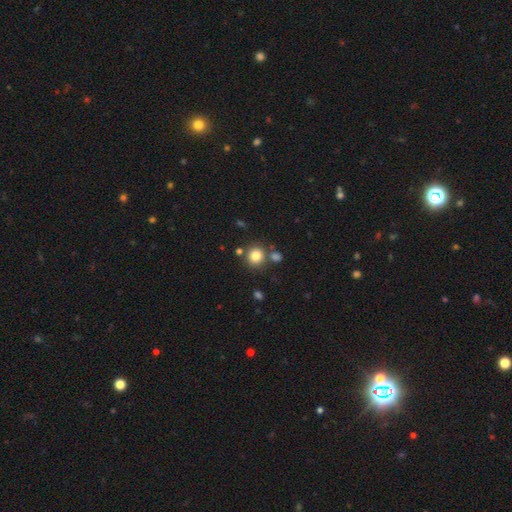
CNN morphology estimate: smooth_or_featured: smooth (p=0.81) [alt: star or artifact p=0.12]
how_rounded: round (p=0.88) [alt: in between p=0.11]
merging: none (p=0.76) [alt: merger p=0.12]